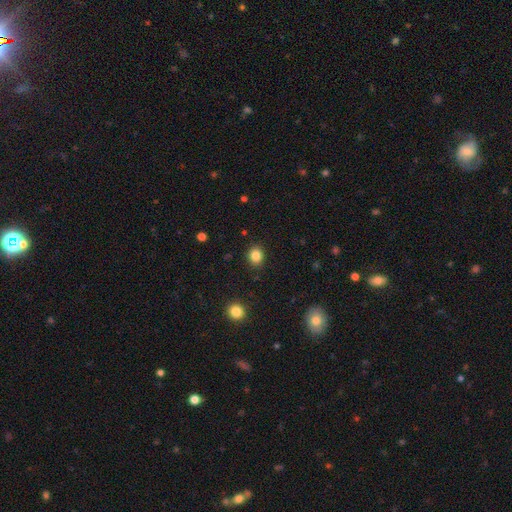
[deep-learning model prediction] smooth-or-featured: smooth: 85% | star or artifact: 11% | featured or disk: 5%
  how-rounded: round: 74% | in between: 25% | cigar-shaped: 1%
  merging: none: 90% | minor disturbance: 6% | major disturbance: 2% | merger: 1%